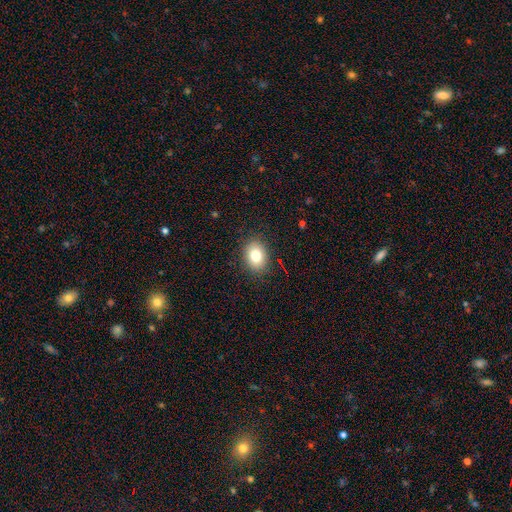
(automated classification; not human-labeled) Morphology: type=smooth (79%); roundness=in between (64%); merging=none (88%).